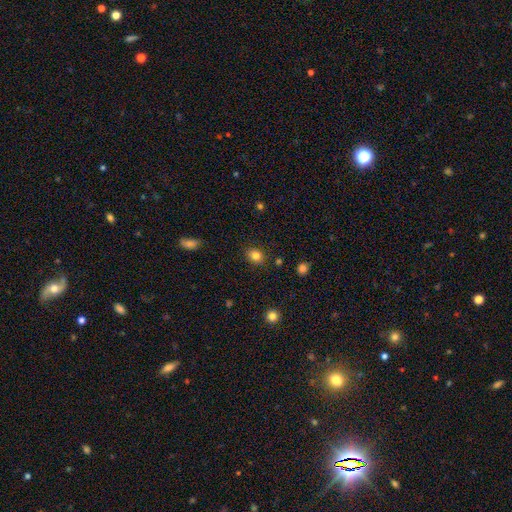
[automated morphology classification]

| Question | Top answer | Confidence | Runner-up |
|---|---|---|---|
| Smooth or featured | smooth | 83% | star or artifact (11%) |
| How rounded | round | 59% | in between (40%) |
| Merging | none | 87% | minor disturbance (9%) |